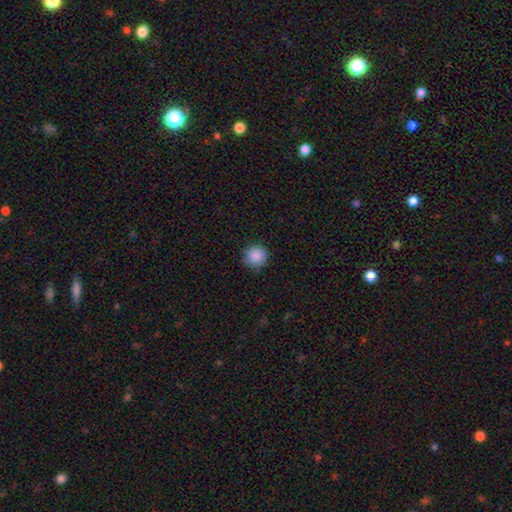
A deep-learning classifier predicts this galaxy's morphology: type=smooth (88%); roundness=round (94%); merging=none (88%).